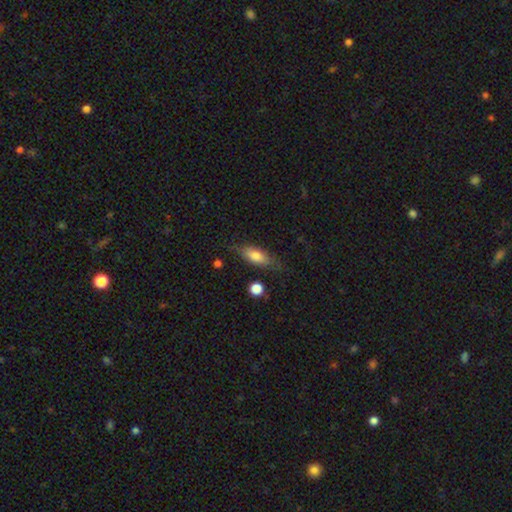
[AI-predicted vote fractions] This is likely a smooth galaxy (71%). How rounded: likely in between (70%). Merging: likely none (70%).